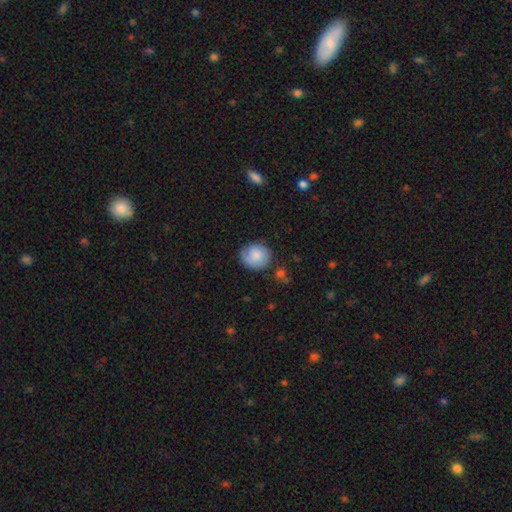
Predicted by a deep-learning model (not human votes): Smooth or featured: smooth — 79% (featured or disk — 14%)
How rounded: round — 81% (in between — 18%)
Merging: none — 77% (minor disturbance — 17%)